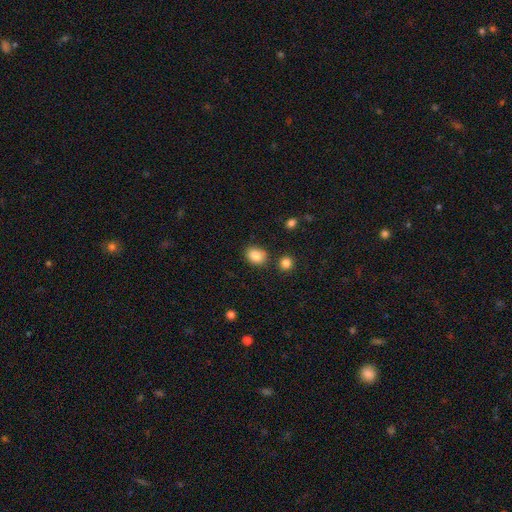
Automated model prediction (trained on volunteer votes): This appears to be a smooth galaxy with no disk features (85%) that is in between round and cigar-shaped (55%). Merging: none (78%).